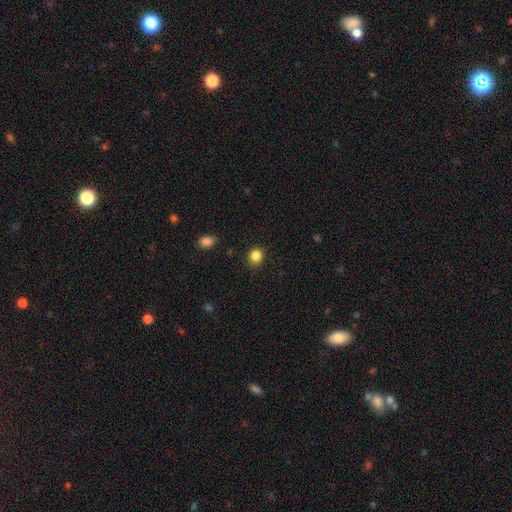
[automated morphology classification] Q: Smooth or featured?
A: smooth (85%); runner-up: star or artifact (11%)
Q: How rounded?
A: round (79%); runner-up: in between (20%)
Q: Merging?
A: none (88%); runner-up: minor disturbance (9%)